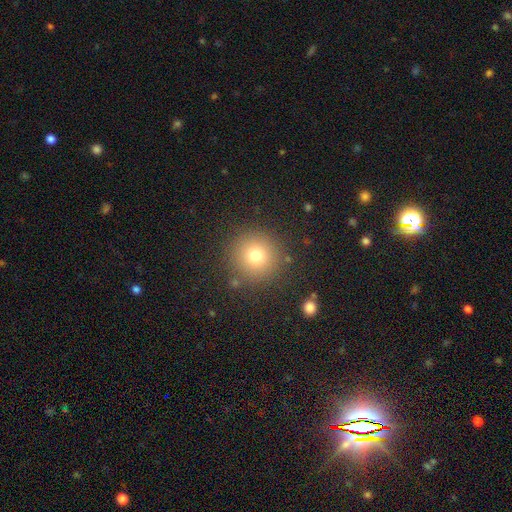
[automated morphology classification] Smooth or featured? smooth (75%)
How rounded? round (95%)
Merging? none (87%)